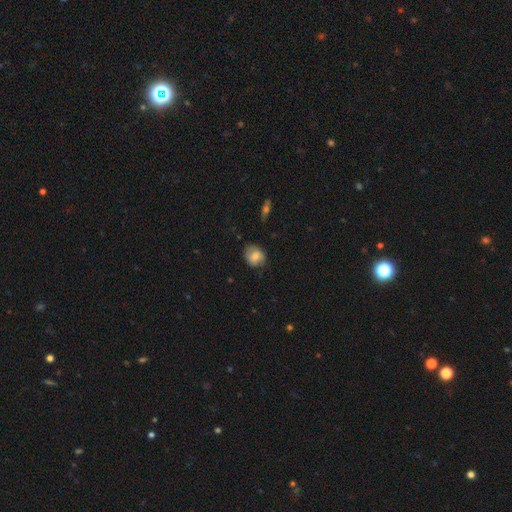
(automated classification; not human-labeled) Q: Smooth or featured?
A: smooth (71%); runner-up: featured or disk (20%)
Q: How rounded?
A: round (56%); runner-up: in between (42%)
Q: Merging?
A: none (69%); runner-up: minor disturbance (24%)